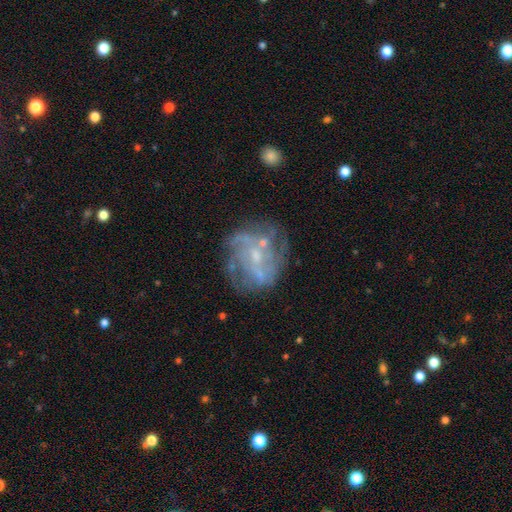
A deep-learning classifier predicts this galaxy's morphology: A featured or disk galaxy (75%) with no bar (53%), spiral arms (68%) and a small central bulge (55%).

Vote fractions:
- Smooth or featured? featured or disk: 75% / smooth: 15% / star or artifact: 11%
- Edge-on disk? no: 98% / yes: 2%
- Bar? no: 53% / weak: 38% / strong: 8%
- Spiral arms? yes: 68% / no: 32%
- Bulge size? small: 55% / moderate: 26% / none: 17% / large: 2% / dominant: 1%
- Merging? none: 60% / minor disturbance: 19% / major disturbance: 15% / merger: 6%